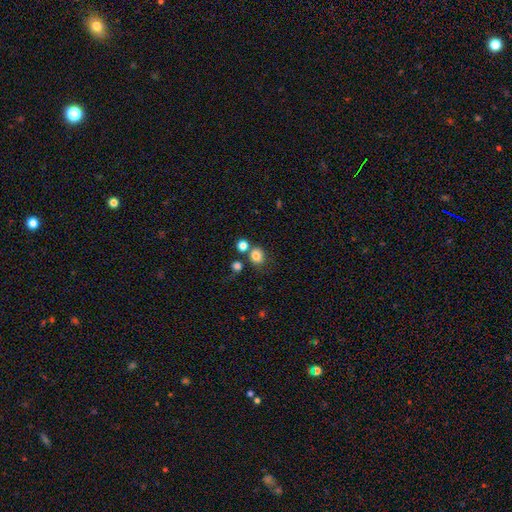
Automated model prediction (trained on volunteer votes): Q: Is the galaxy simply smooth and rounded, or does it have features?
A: smooth — 81%.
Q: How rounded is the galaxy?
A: round — 76%.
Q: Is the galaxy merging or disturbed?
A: none — 62%.